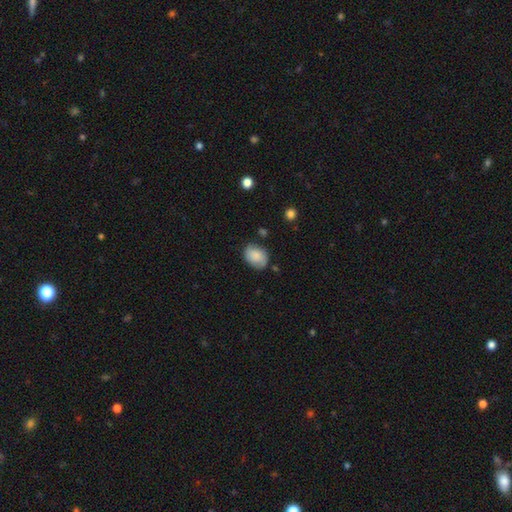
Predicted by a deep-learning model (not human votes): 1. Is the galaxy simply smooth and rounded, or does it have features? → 77% smooth, 15% featured or disk, 8% star or artifact.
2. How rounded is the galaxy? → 63% in between, 36% round, 1% cigar-shaped.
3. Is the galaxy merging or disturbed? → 69% none, 23% minor disturbance, 5% major disturbance, 3% merger.